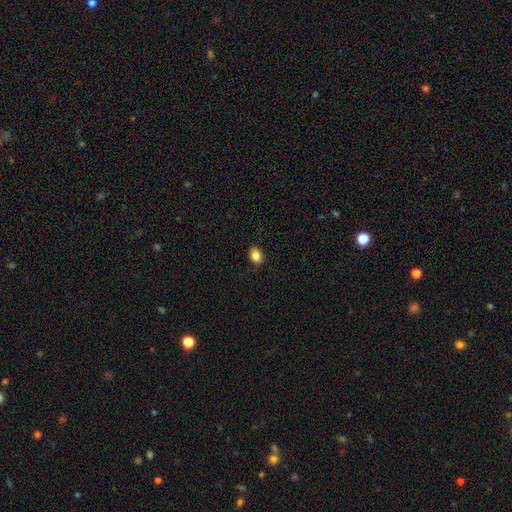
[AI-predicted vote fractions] A smooth galaxy with no disk features (86%) that is in between round and cigar-shaped (70%). Merging: none (86%).